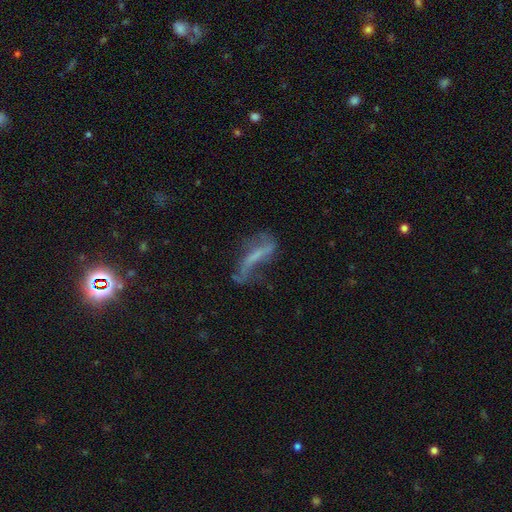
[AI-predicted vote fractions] Morphology: type=featured or disk (59%); edge-on=no (78%); merging=none (37%).